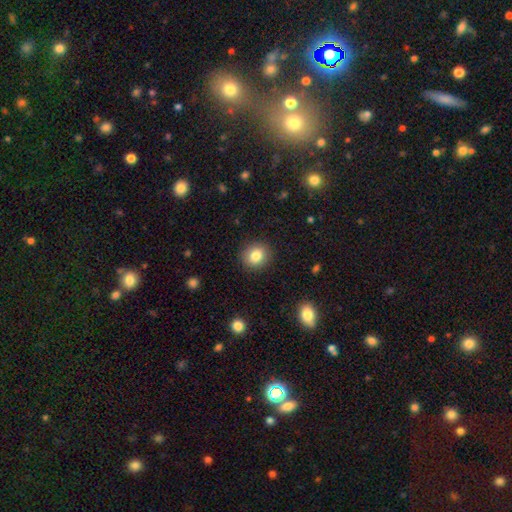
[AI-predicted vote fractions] smooth_or_featured: smooth (p=0.83) [alt: star or artifact p=0.09]
how_rounded: round (p=0.80) [alt: in between p=0.19]
merging: none (p=0.90) [alt: minor disturbance p=0.07]